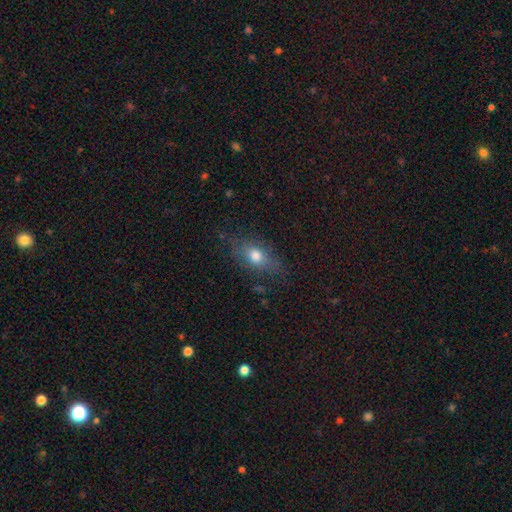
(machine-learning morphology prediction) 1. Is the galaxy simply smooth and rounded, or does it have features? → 71% smooth, 18% featured or disk, 11% star or artifact.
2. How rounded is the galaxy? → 71% in between, 18% round, 11% cigar-shaped.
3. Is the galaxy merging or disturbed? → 74% none, 18% minor disturbance, 6% major disturbance, 2% merger.